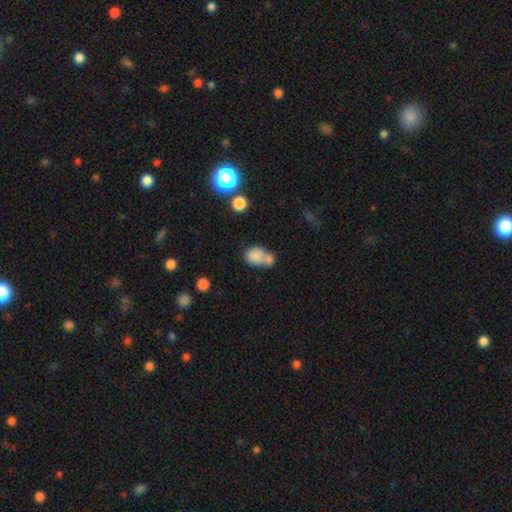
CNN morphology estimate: This appears to be a smooth galaxy with no disk features (77%) that is in between round and cigar-shaped (62%). Merging: merger (58%).